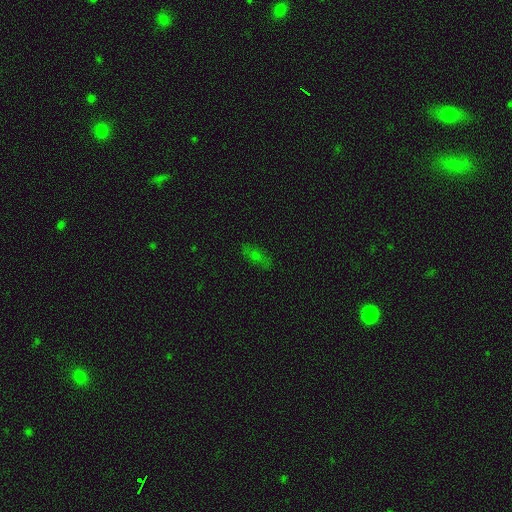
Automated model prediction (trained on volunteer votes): Morphology: type=smooth (43%); merging=none (82%).